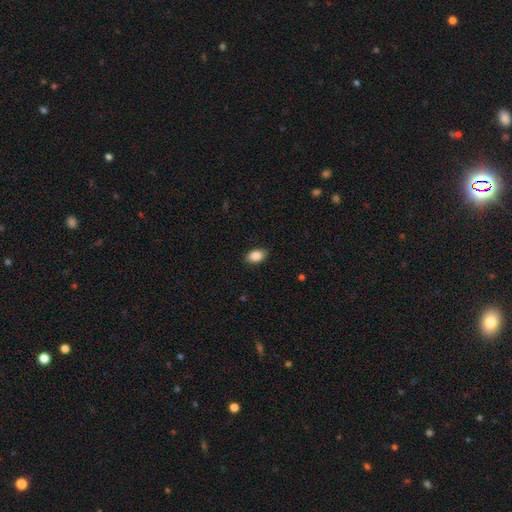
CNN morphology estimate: This is clearly a smooth galaxy (88%). How rounded: clearly in between (88%). Merging: clearly none (87%).